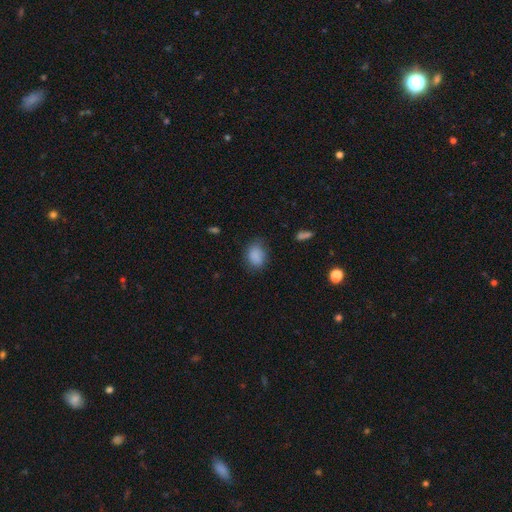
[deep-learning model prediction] Overall: smooth (87%). How rounded: in between (64%; round 35%). Merging: none (74%).